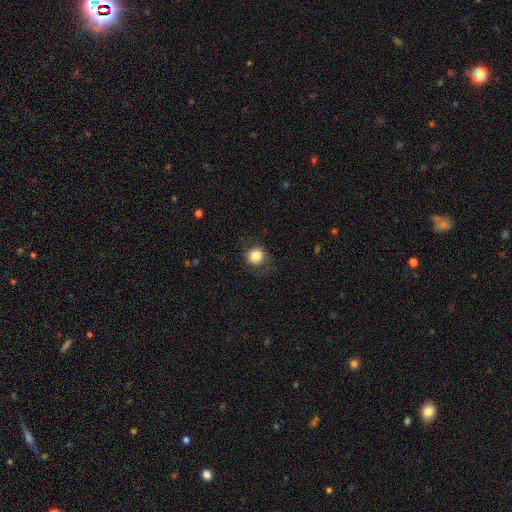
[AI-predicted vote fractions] smooth 82%, star or artifact 10%, featured or disk 8%. Down the decision tree: how rounded — round (89%); merging — none (80%).